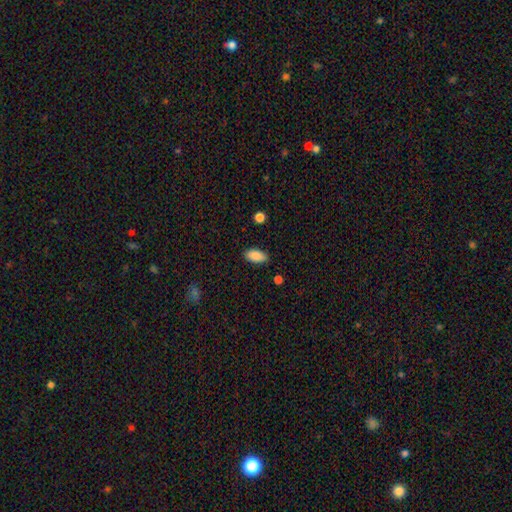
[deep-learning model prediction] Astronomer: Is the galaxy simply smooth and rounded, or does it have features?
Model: smooth — 89%.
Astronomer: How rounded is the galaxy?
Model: in between — 91%.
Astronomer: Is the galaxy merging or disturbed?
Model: none — 87%.